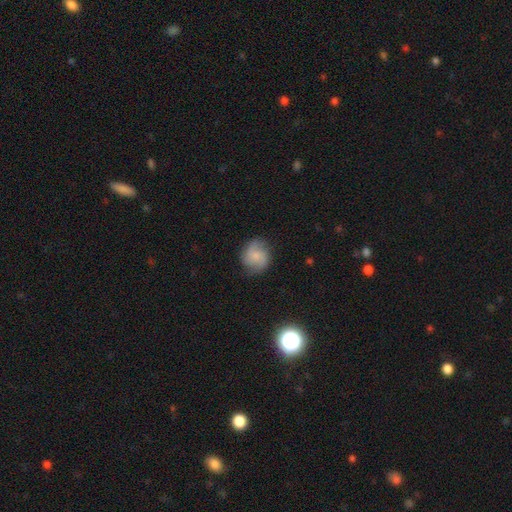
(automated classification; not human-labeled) This is possibly a smooth galaxy (53%). How rounded: clearly round (80%). Merging: likely none (75%).